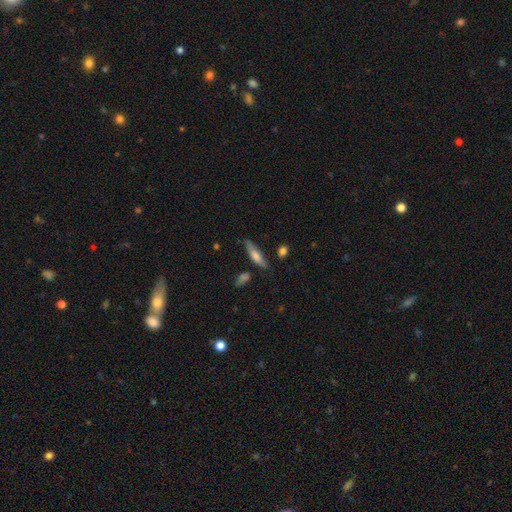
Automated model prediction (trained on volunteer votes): Overall: smooth (60%; featured or disk 33%). How rounded: cigar-shaped (71%). Merging: none (69%).